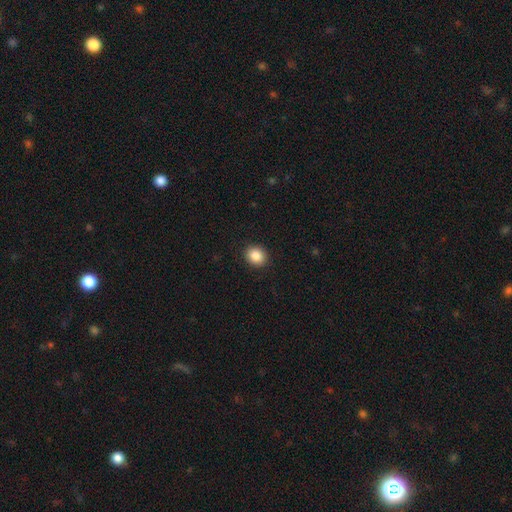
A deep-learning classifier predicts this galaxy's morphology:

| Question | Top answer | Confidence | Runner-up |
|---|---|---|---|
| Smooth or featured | smooth | 87% | star or artifact (9%) |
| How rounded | round | 71% | in between (28%) |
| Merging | none | 91% | minor disturbance (6%) |